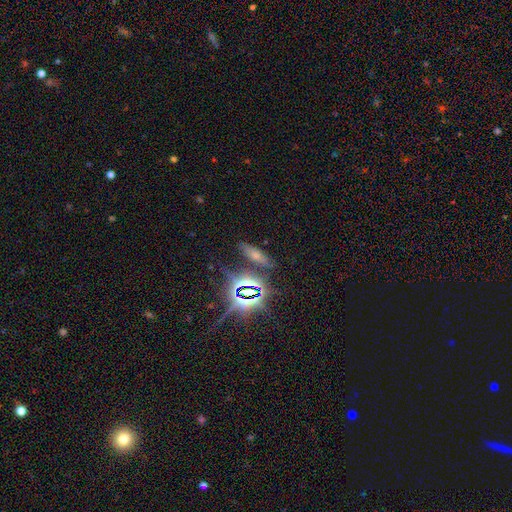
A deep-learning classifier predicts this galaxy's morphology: smooth 50%, star or artifact 34%, featured or disk 16%. Down the decision tree: merging — none (80%).